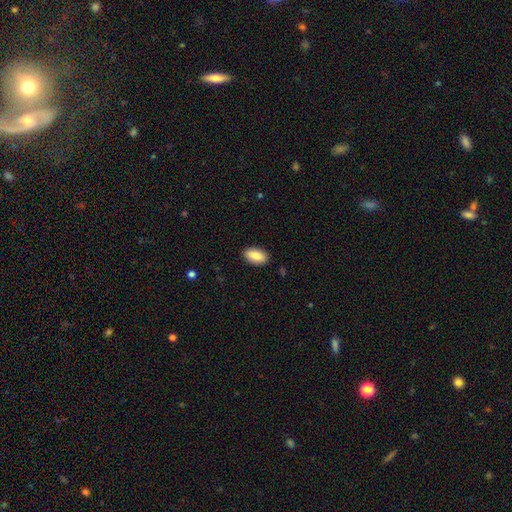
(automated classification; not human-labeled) Morphology: type=smooth (84%); roundness=in between (93%); merging=none (89%).